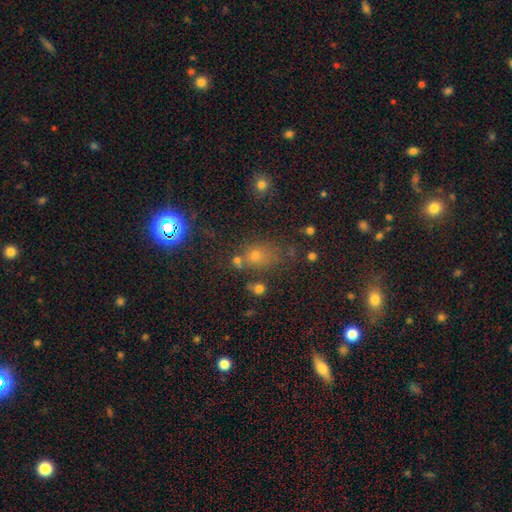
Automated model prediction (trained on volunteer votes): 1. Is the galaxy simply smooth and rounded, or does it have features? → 53% smooth, 35% star or artifact, 12% featured or disk.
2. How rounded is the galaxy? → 50% in between, 47% round, 4% cigar-shaped.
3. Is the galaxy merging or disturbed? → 62% none, 16% minor disturbance, 15% merger, 8% major disturbance.